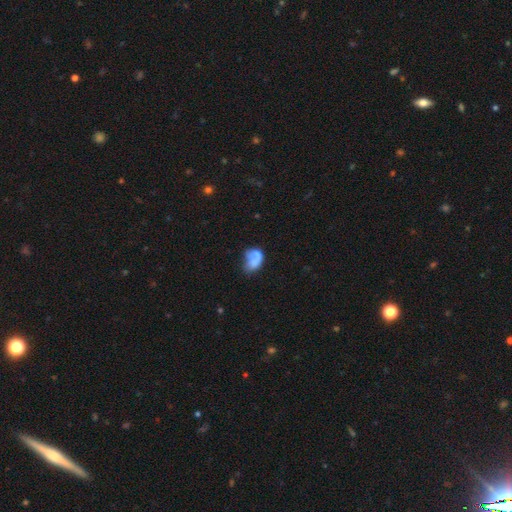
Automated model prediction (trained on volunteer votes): A smooth galaxy with no disk features (54%) that is in between round and cigar-shaped (76%). Merging: major disturbance (32%).